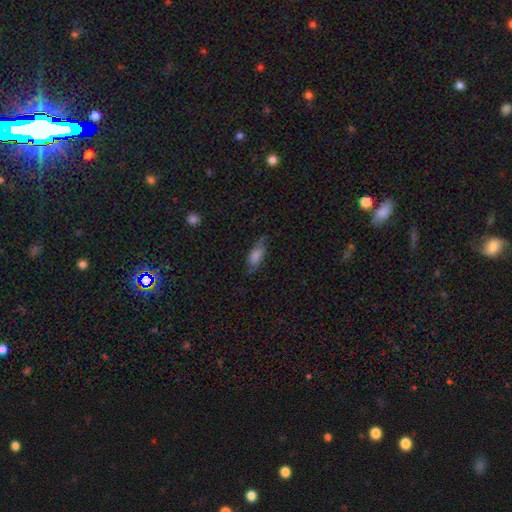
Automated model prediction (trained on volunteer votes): smooth_or_featured: smooth (p=0.65) [alt: featured or disk p=0.27]
how_rounded: in between (p=0.72) [alt: cigar-shaped p=0.25]
merging: none (p=0.67) [alt: minor disturbance p=0.23]